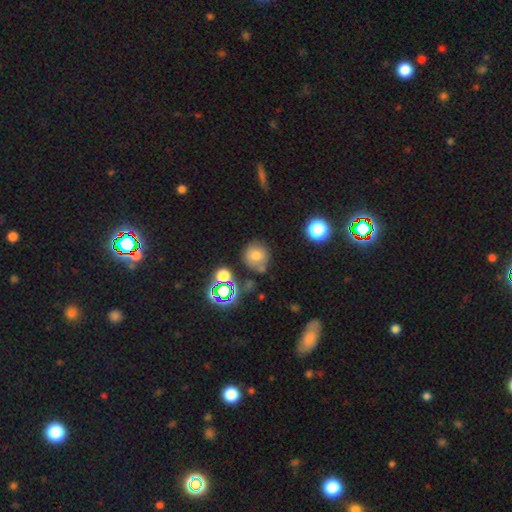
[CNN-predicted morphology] Smooth or featured? Predicted: smooth (p=0.70). How rounded? Predicted: round (p=0.88). Merging? Predicted: none (p=0.67).